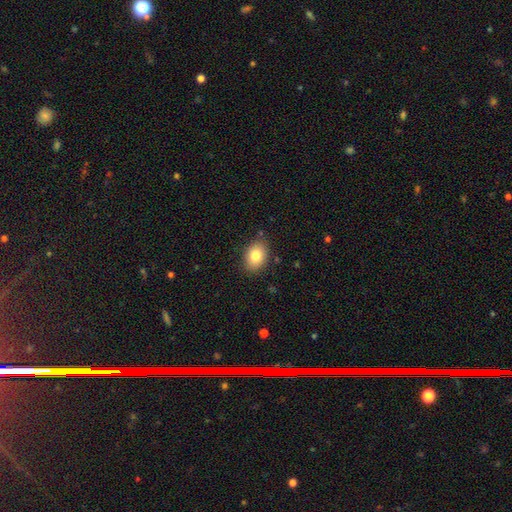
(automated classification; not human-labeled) Smooth or featured?
  - smooth: 82% *
  - featured or disk: 10%
  - star or artifact: 9%
How rounded?
  - in between: 72% *
  - round: 27%
  - cigar-shaped: 1%
Merging?
  - none: 84% *
  - minor disturbance: 12%
  - major disturbance: 3%
  - merger: 2%